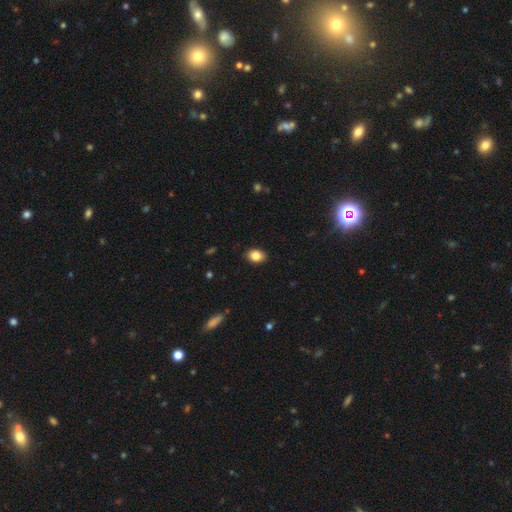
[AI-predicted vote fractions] Smooth or featured?
  - smooth: 85% *
  - star or artifact: 9%
  - featured or disk: 6%
How rounded?
  - in between: 71% *
  - round: 28%
  - cigar-shaped: 1%
Merging?
  - none: 89% *
  - minor disturbance: 9%
  - major disturbance: 2%
  - merger: 1%